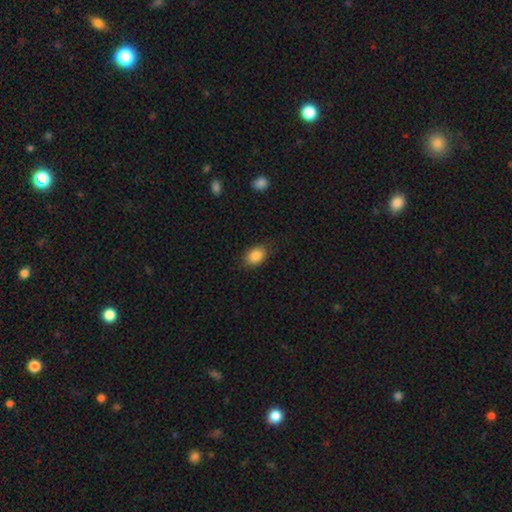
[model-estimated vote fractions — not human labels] smooth 86%, star or artifact 8%, featured or disk 5%. Down the decision tree: how rounded — in between (77%); merging — none (83%).